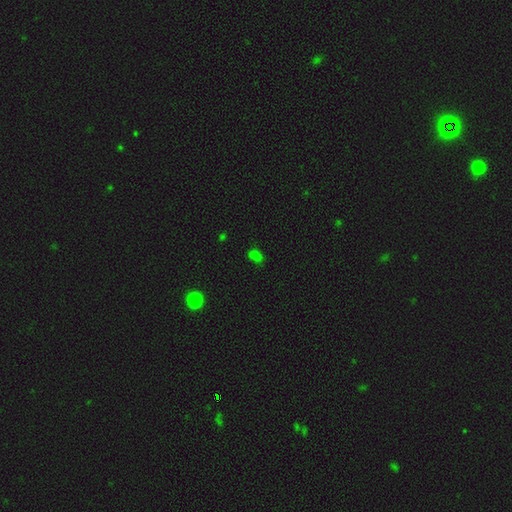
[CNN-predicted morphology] A smooth galaxy with no disk features (66%) that is in between round and cigar-shaped (80%).

Vote fractions:
- Smooth or featured? smooth: 66% / star or artifact: 29% / featured or disk: 5%
- How rounded? in between: 80% / round: 18% / cigar-shaped: 3%
- Merging? none: 70% / minor disturbance: 19% / major disturbance: 6% / merger: 5%